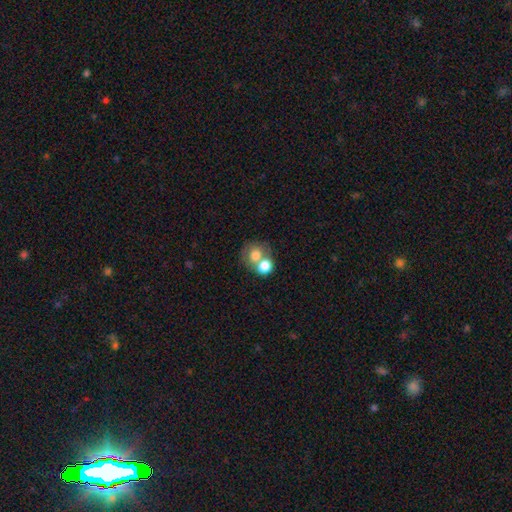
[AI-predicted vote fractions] A smooth galaxy with no disk features (72%) that is round (71%).

Vote fractions:
- Smooth or featured? smooth: 72% / featured or disk: 18% / star or artifact: 10%
- How rounded? round: 71% / in between: 28% / cigar-shaped: 1%
- Merging? merger: 58% / none: 30% / minor disturbance: 7% / major disturbance: 4%